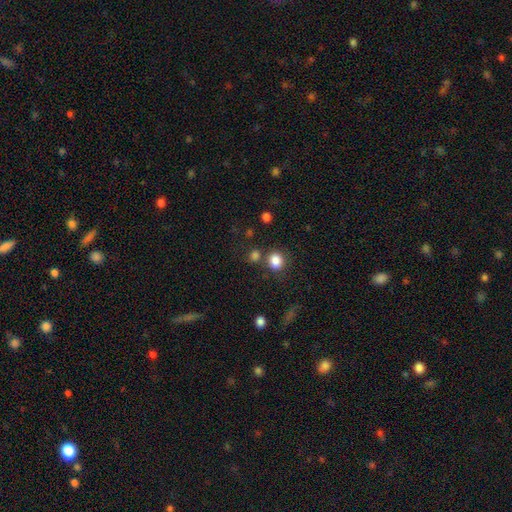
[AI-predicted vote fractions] smooth_or_featured: smooth (p=0.77) [alt: star or artifact p=0.18]
how_rounded: round (p=0.80) [alt: in between p=0.18]
merging: none (p=0.74) [alt: merger p=0.14]